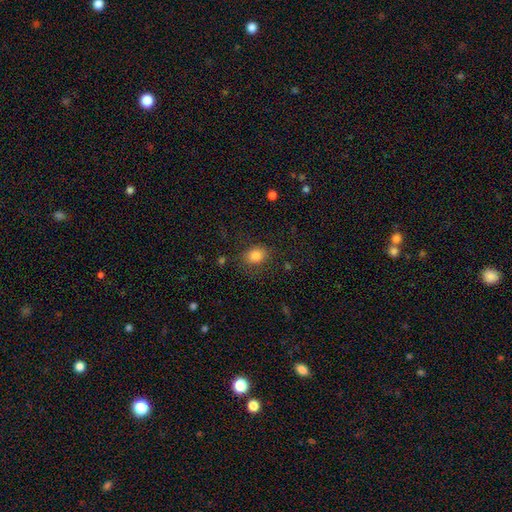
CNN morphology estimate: This appears to be a smooth galaxy with no disk features (83%) that is in between round and cigar-shaped (54%). Merging: none (78%).